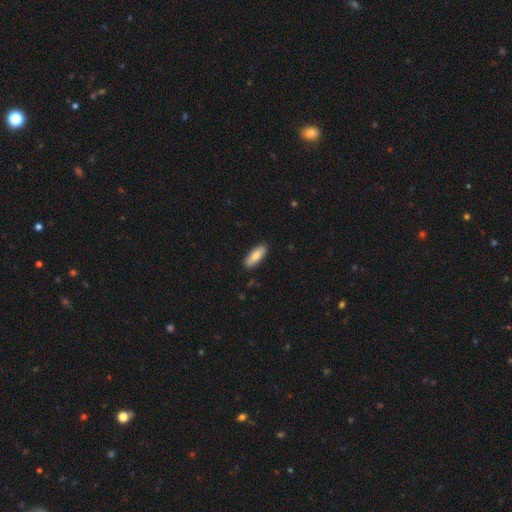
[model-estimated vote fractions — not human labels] A smooth galaxy with no disk features (77%) that is in between round and cigar-shaped (68%).

Vote fractions:
- Smooth or featured? smooth: 77% / featured or disk: 17% / star or artifact: 5%
- How rounded? in between: 68% / cigar-shaped: 29% / round: 2%
- Merging? none: 89% / minor disturbance: 8% / major disturbance: 2% / merger: 1%